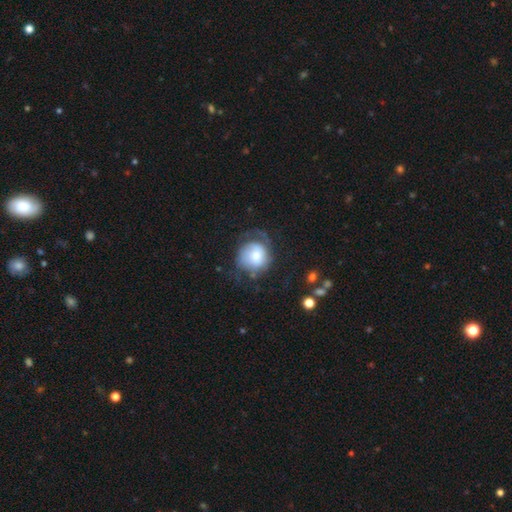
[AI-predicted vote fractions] Overall: smooth (52%; featured or disk 41%). How rounded: round (84%). Merging: none (48%; major disturbance 26%).